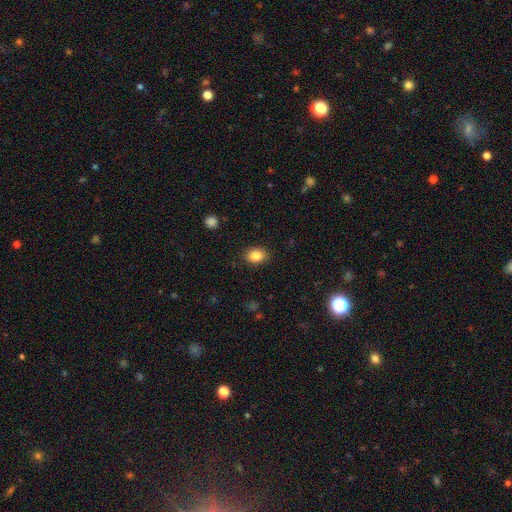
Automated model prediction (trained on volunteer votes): smooth 85%, star or artifact 9%, featured or disk 6%. Down the decision tree: how rounded — in between (69%); merging — none (87%).